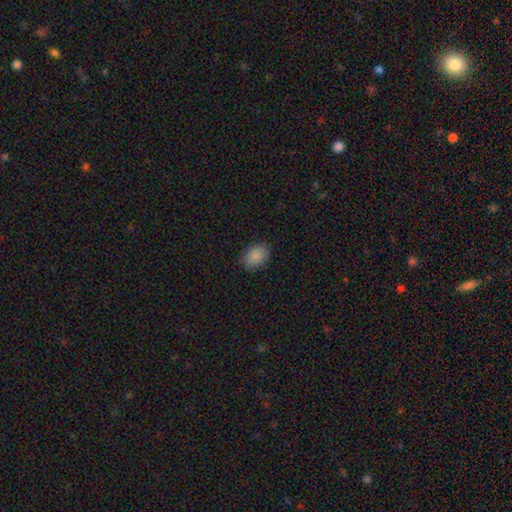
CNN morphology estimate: Smooth or featured? smooth (88%)
How rounded? in between (78%)
Merging? none (86%)